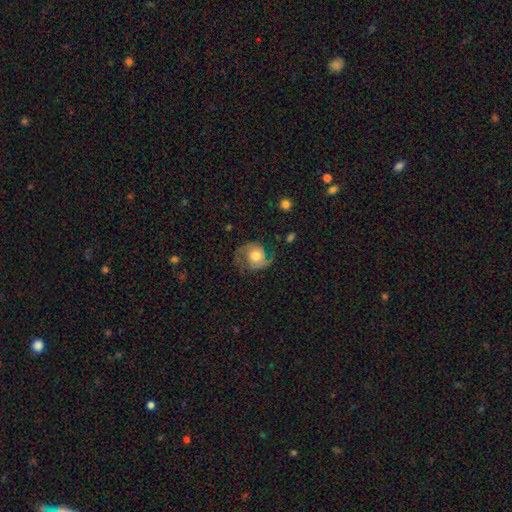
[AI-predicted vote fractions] featured or disk 74%, smooth 19%, star or artifact 7%. Down the decision tree: edge-on disk — no (98%); bar — no (74%); spiral arms — yes (93%); spiral arm count — 2 (90%); spiral winding — medium (48%); bulge size — moderate (65%); merging — none (66%).